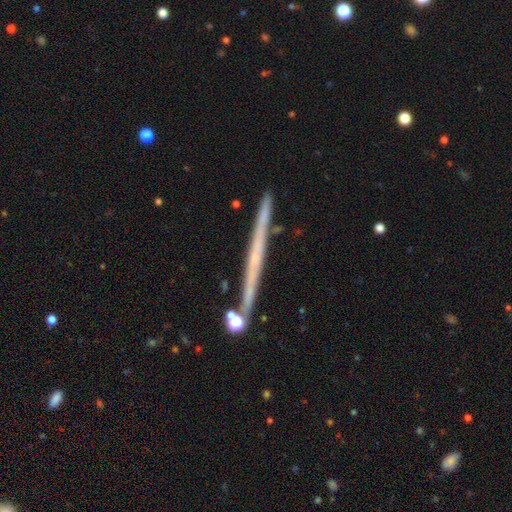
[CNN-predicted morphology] smooth_or_featured: featured or disk (p=0.65) [alt: smooth p=0.28]
disk_edge_on: yes (p=0.97) [alt: no p=0.03]
edge_on_bulge: none (p=0.84) [alt: rounded p=0.12]
merging: none (p=0.88) [alt: minor disturbance p=0.08]